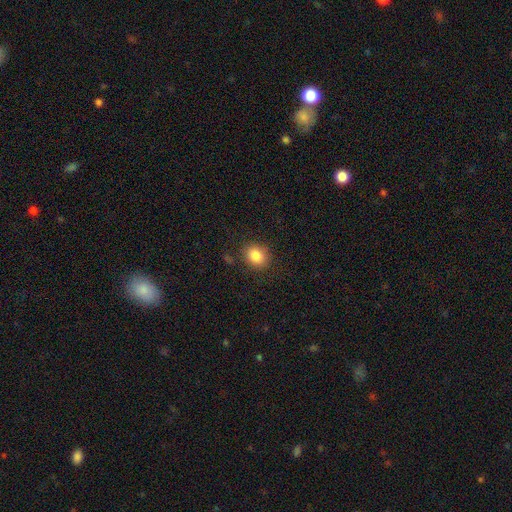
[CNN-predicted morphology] Smooth or featured: smooth — 84% (star or artifact — 10%)
How rounded: round — 62% (in between — 37%)
Merging: none — 85% (minor disturbance — 10%)